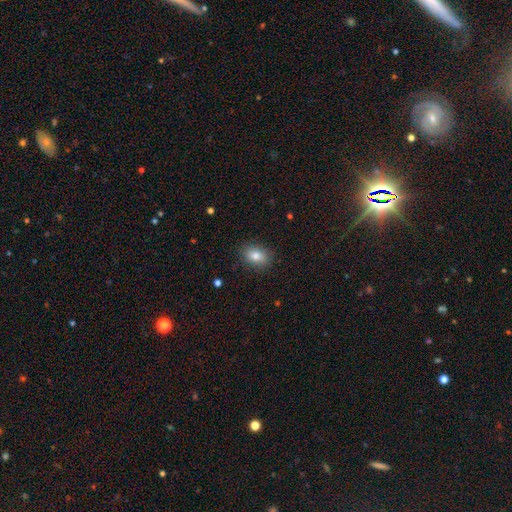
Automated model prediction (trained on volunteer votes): Smooth or featured? Predicted: smooth (p=0.82). How rounded? Predicted: in between (p=0.79). Merging? Predicted: none (p=0.85).